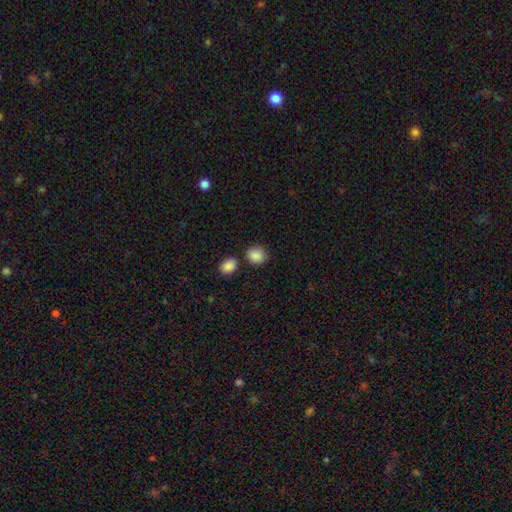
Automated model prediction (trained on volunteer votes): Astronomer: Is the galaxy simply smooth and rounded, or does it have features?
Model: smooth — 88%.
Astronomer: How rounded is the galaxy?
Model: round — 75%.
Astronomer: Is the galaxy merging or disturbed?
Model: none — 73%.